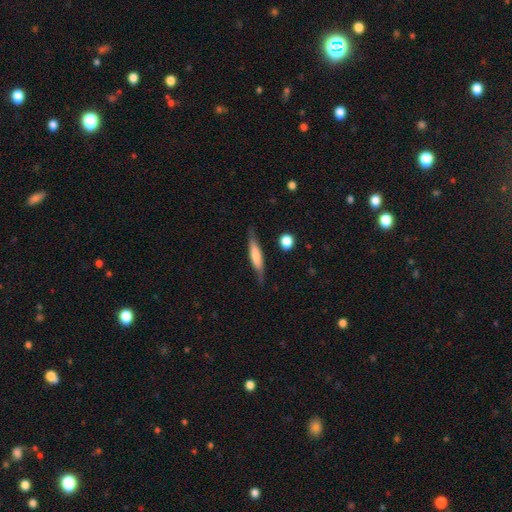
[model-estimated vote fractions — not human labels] Q: Smooth or featured?
A: smooth (53%); runner-up: featured or disk (41%)
Q: How rounded?
A: cigar-shaped (82%); runner-up: in between (16%)
Q: Merging?
A: none (77%); runner-up: minor disturbance (17%)